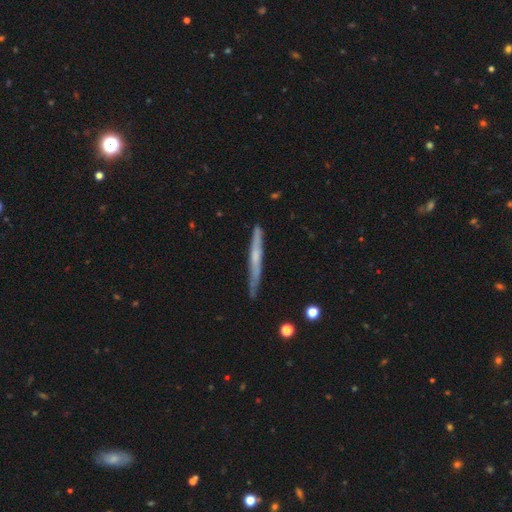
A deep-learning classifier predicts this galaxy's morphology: Smooth or featured? Predicted: featured or disk (p=0.56). Edge-on disk? Predicted: yes (p=0.95). Edge-on bulge? Predicted: none (p=0.64). Merging? Predicted: none (p=0.83).